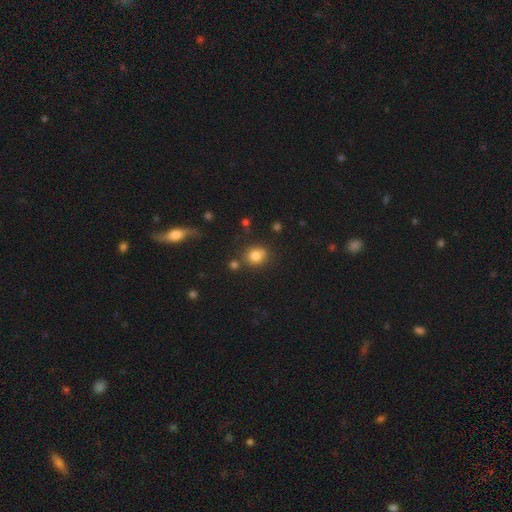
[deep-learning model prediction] A smooth galaxy with no disk features (79%) that is round (74%).

Vote fractions:
- Smooth or featured? smooth: 79% / star or artifact: 13% / featured or disk: 8%
- How rounded? round: 74% / in between: 25% / cigar-shaped: 1%
- Merging? none: 69% / minor disturbance: 14% / merger: 13% / major disturbance: 5%